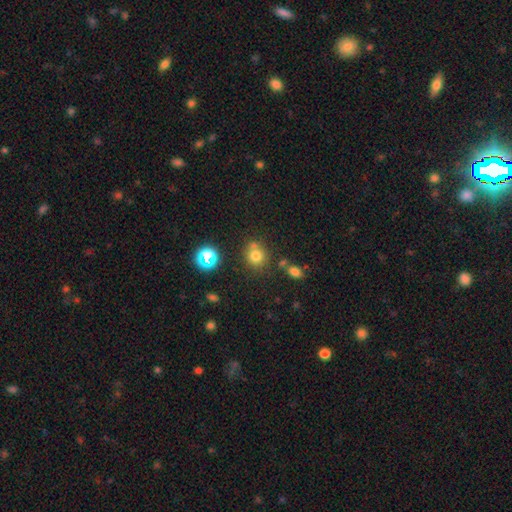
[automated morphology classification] smooth 73%, star or artifact 18%, featured or disk 9%. Down the decision tree: how rounded — round (85%); merging — none (65%).